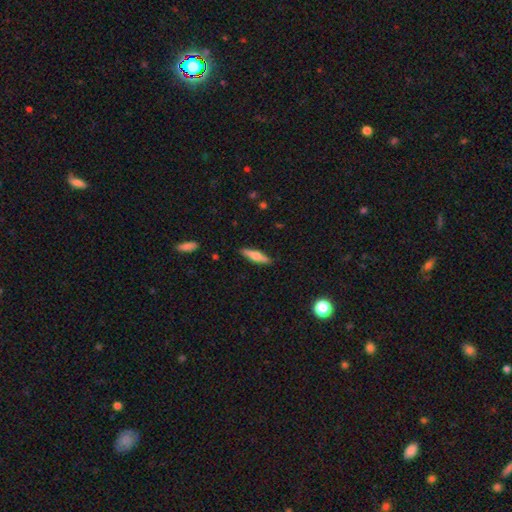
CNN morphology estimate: A smooth galaxy with no disk features (55%) that is cigar-shaped (76%). Merging: none (88%).